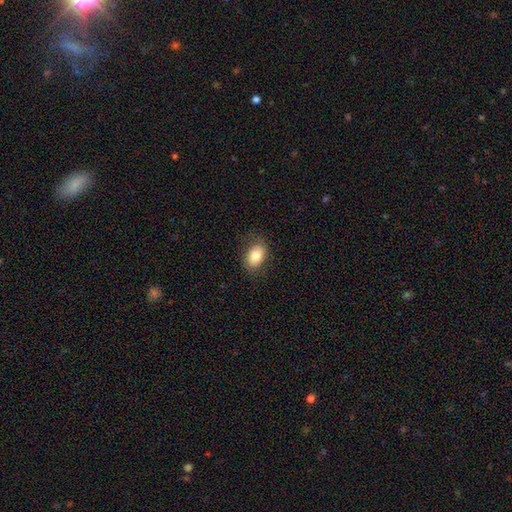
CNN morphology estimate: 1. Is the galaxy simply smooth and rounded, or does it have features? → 81% smooth, 12% featured or disk, 8% star or artifact.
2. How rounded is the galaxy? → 81% in between, 18% round, 1% cigar-shaped.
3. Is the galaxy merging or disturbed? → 78% none, 15% minor disturbance, 5% major disturbance, 1% merger.